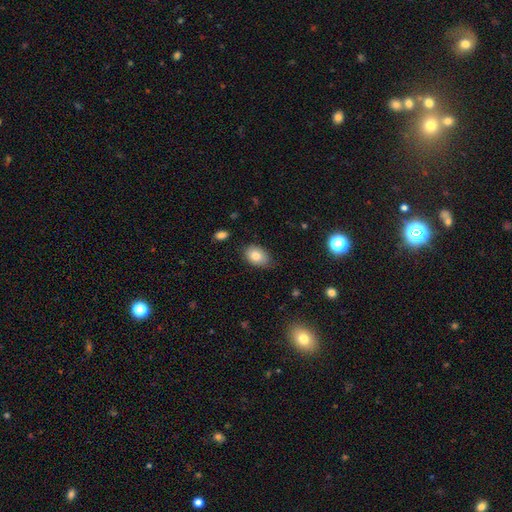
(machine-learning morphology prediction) type=smooth (81%); roundness=in between (84%); merging=none (69%).